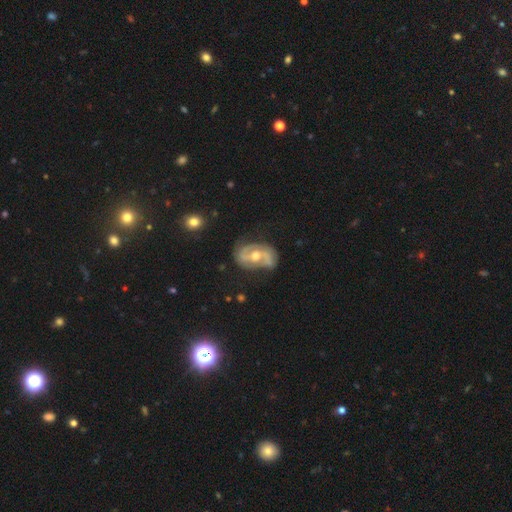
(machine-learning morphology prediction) type=featured or disk (80%); edge-on=no (96%); bar=weak (41%, tied with no); spiral arms=yes (86%); winding=medium (45%); arm count=2 (81%); bulge=moderate (74%); merging=none (64%).